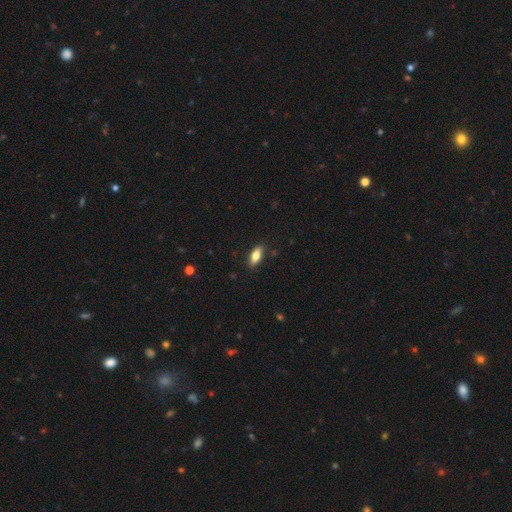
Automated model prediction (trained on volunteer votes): Smooth or featured: smooth — 74% (featured or disk — 19%)
How rounded: in between — 75% (cigar-shaped — 23%)
Merging: none — 86% (minor disturbance — 10%)